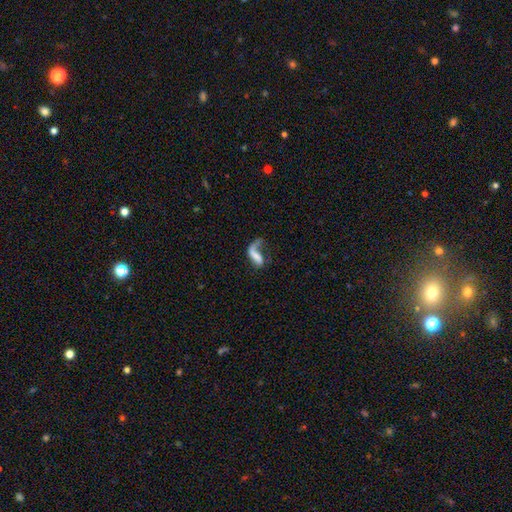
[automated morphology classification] Smooth or featured?
  - featured or disk: 49% *
  - smooth: 41%
  - star or artifact: 10%
Merging?
  - major disturbance: 47% *
  - none: 28%
  - minor disturbance: 15%
  - merger: 10%